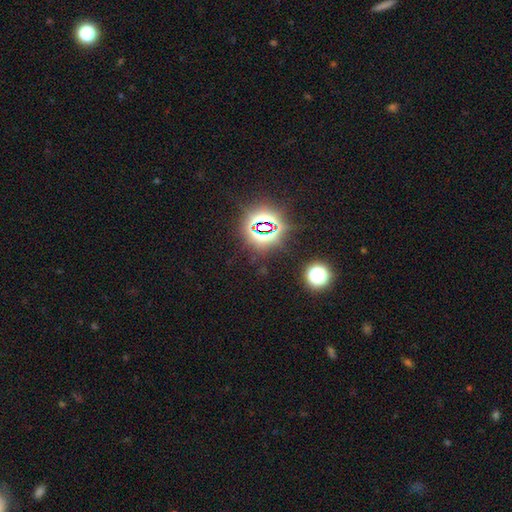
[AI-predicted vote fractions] Q: Smooth or featured?
A: star or artifact (79%); runner-up: smooth (14%)